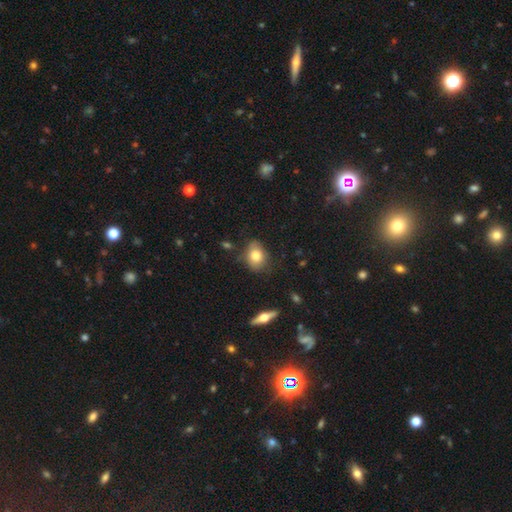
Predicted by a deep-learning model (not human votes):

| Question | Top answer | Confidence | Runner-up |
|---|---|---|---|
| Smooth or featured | smooth | 77% | featured or disk (15%) |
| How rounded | in between | 65% | round (33%) |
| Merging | none | 73% | minor disturbance (20%) |